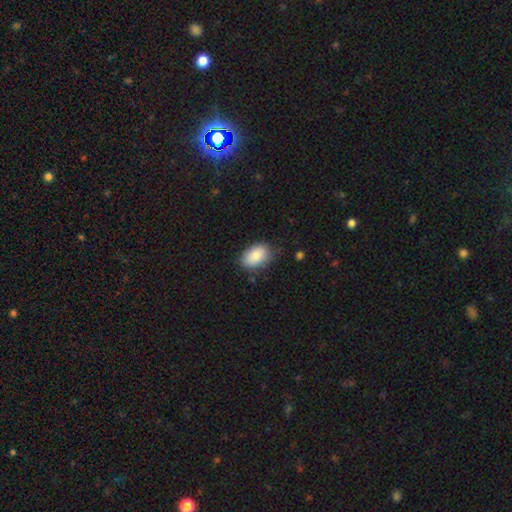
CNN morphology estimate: Overall: smooth (85%). How rounded: in between (90%). Merging: none (78%).